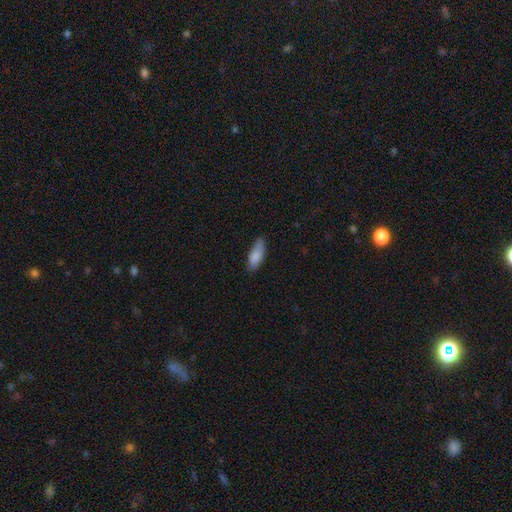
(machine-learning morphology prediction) This appears to be a smooth galaxy with no disk features (85%) that is in between round and cigar-shaped (72%). Merging: none (73%).